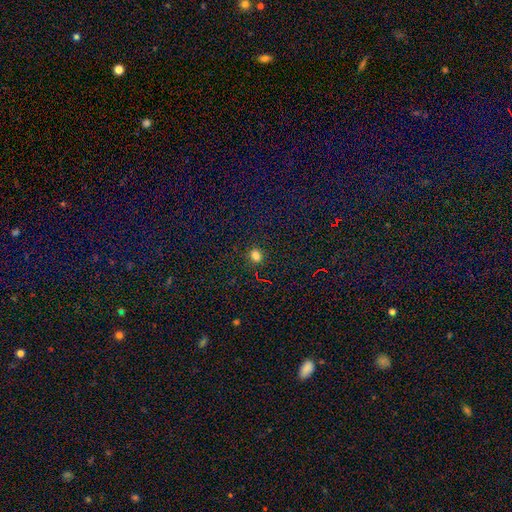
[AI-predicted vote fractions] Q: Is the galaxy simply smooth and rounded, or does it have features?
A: smooth — 79%.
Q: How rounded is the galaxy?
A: round — 77%.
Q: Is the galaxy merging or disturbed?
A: none — 89%.